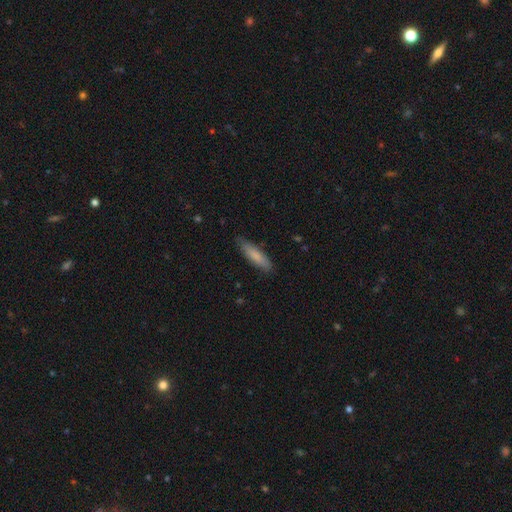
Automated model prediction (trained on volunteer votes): This appears to be a smooth galaxy with no disk features (80%) that is cigar-shaped (68%). Merging: none (82%).